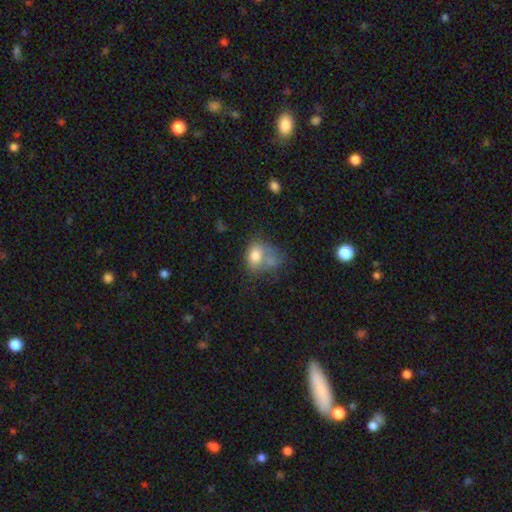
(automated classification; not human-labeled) smooth 73%, featured or disk 17%, star or artifact 10%. Down the decision tree: how rounded — in between (68%); merging — merger (40%).